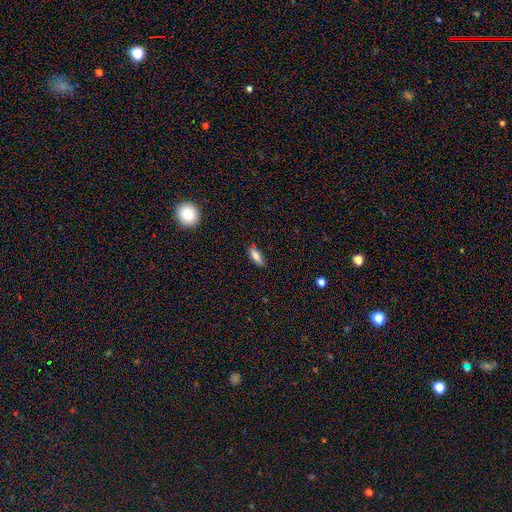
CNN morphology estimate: The model was most divided on "how rounded": in between: 61%, cigar-shaped: 36%, round: 3%. More confident: merging — none (83%); smooth or featured — smooth (79%).